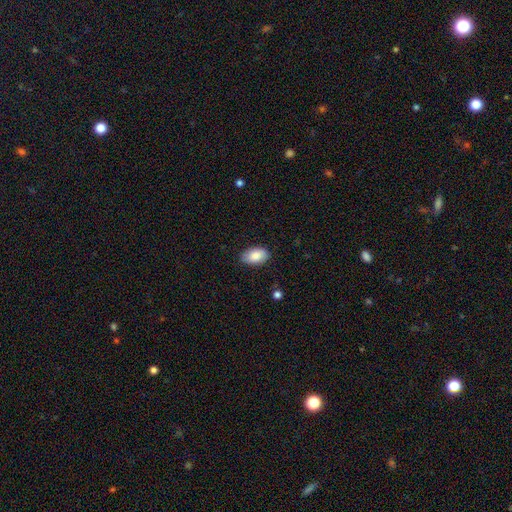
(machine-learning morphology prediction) The model was most divided on "merging": none: 84%, minor disturbance: 13%, major disturbance: 2%, merger: 1%. More confident: how rounded — in between (93%); smooth or featured — smooth (85%).